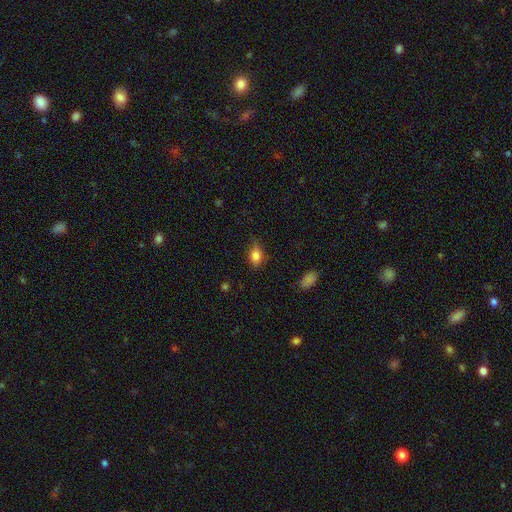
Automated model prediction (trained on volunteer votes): Morphology: type=smooth (83%); roundness=in between (75%); merging=none (63%).